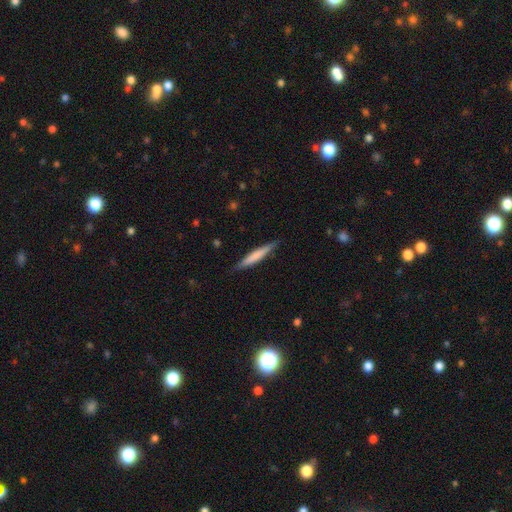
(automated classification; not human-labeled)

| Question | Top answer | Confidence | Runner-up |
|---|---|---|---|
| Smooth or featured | smooth | 63% | featured or disk (32%) |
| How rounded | cigar-shaped | 94% | in between (5%) |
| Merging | none | 88% | minor disturbance (9%) |